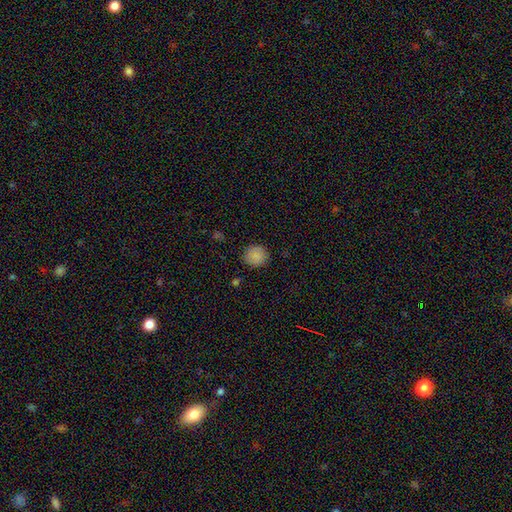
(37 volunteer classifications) Q: Smooth or featured?
A: smooth (89%); runner-up: star or artifact (8%)
Q: How rounded?
A: round (82%); runner-up: in between (18%)
Q: Merging?
A: none (91%); runner-up: minor disturbance (6%)